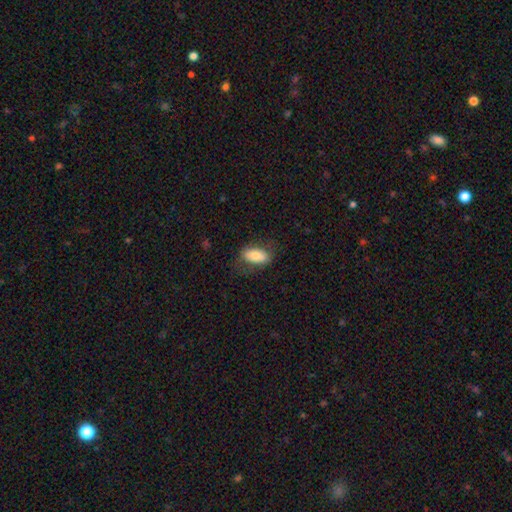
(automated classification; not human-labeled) smooth 74%, featured or disk 19%, star or artifact 7%. Down the decision tree: how rounded — in between (90%); merging — none (71%).